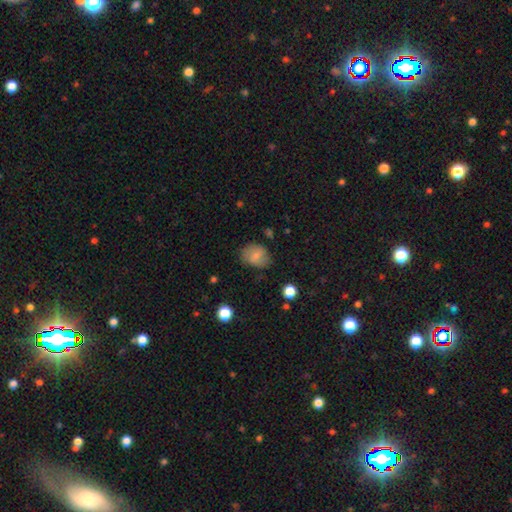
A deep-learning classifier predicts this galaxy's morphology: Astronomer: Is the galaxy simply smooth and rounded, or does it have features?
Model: smooth — 71%.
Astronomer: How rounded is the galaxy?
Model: in between — 58% (runner-up: round, 41%).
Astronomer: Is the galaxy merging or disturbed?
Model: none — 69%.